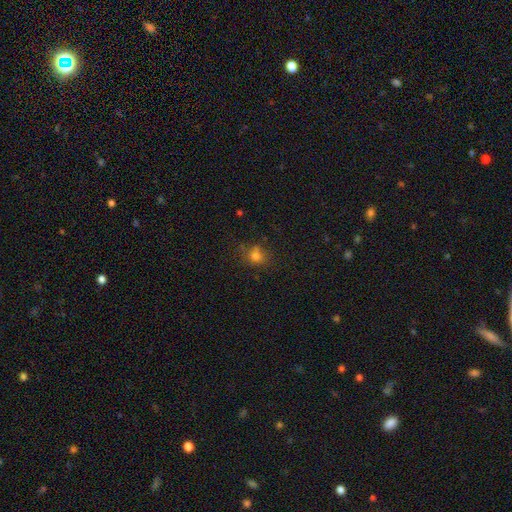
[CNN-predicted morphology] The model was most divided on "how rounded": round: 71%, in between: 28%, cigar-shaped: 1%. More confident: smooth or featured — smooth (74%); merging — none (69%).